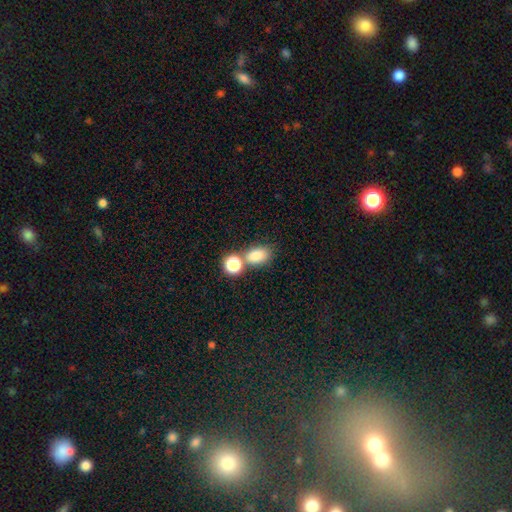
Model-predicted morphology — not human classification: Smooth or featured? Predicted: smooth (p=0.80). How rounded? Predicted: in between (p=0.71). Merging? Predicted: none (p=0.56).